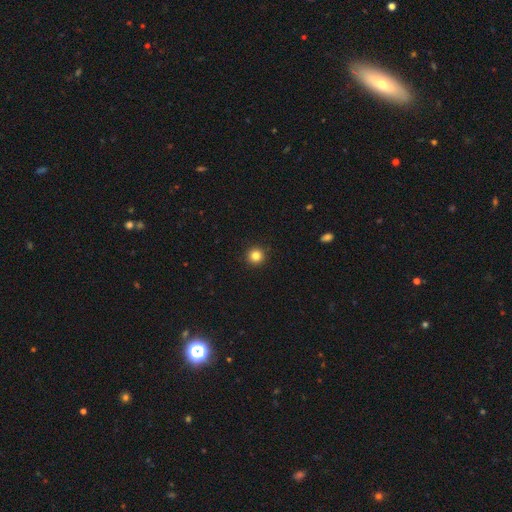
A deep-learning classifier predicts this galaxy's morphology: smooth_or_featured: smooth (p=0.84) [alt: star or artifact p=0.12]
how_rounded: round (p=0.96) [alt: in between p=0.03]
merging: none (p=0.93) [alt: minor disturbance p=0.05]